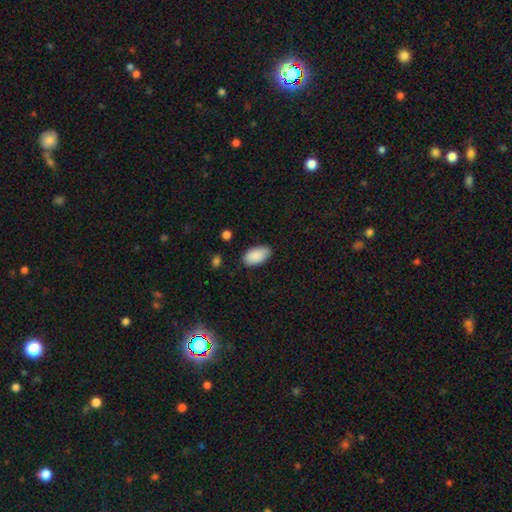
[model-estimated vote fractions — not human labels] smooth-or-featured: smooth: 89% | star or artifact: 7% | featured or disk: 4%
  how-rounded: in between: 95% | round: 4% | cigar-shaped: 2%
  merging: none: 79% | minor disturbance: 16% | major disturbance: 3% | merger: 1%